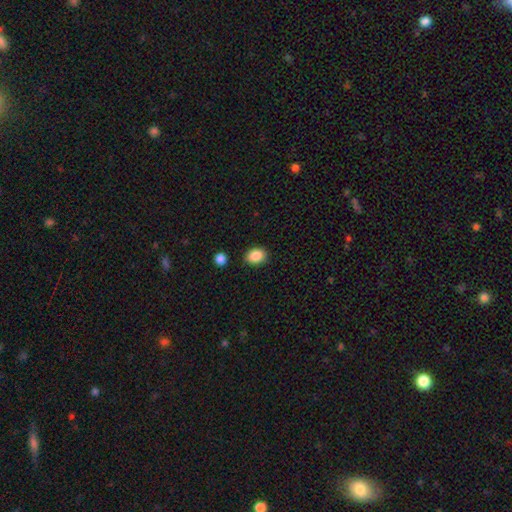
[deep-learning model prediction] smooth_or_featured: smooth (p=0.88) [alt: star or artifact p=0.08]
how_rounded: in between (p=0.64) [alt: round p=0.35]
merging: none (p=0.84) [alt: minor disturbance p=0.11]